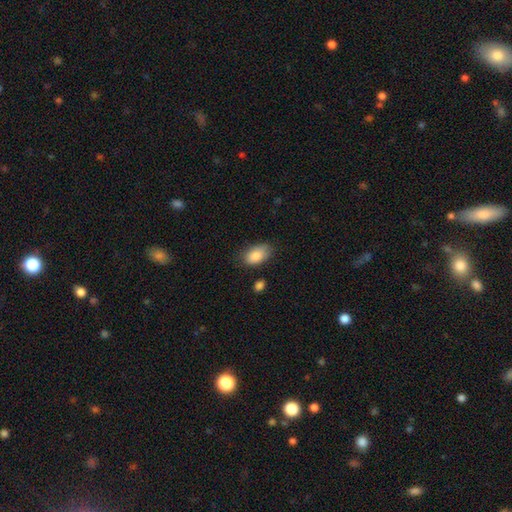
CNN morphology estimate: Smooth or featured: smooth — 85% (featured or disk — 8%)
How rounded: in between — 91% (round — 7%)
Merging: none — 71% (minor disturbance — 22%)